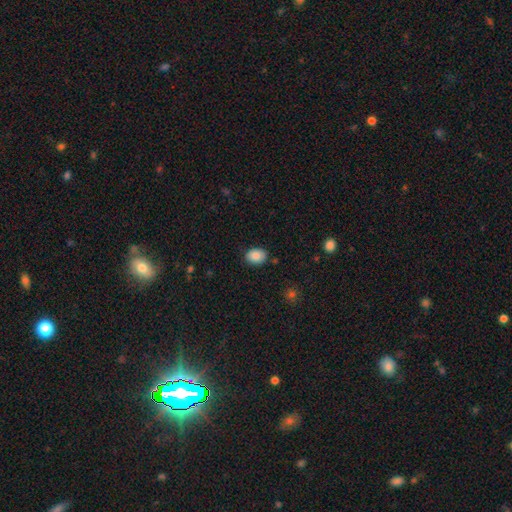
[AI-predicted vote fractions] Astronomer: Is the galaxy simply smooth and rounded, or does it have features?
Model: smooth — 88%.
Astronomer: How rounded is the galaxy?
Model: in between — 72%.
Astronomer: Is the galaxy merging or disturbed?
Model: none — 84%.